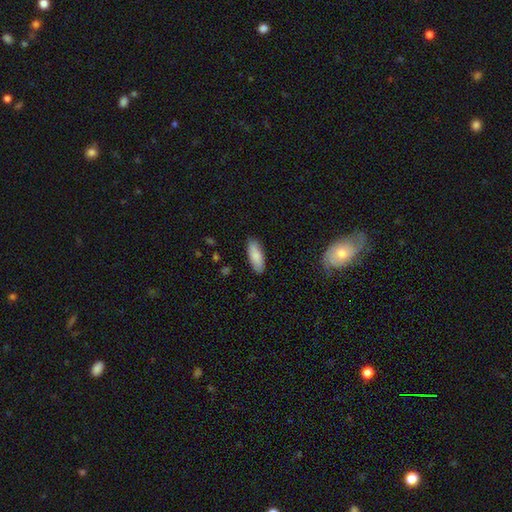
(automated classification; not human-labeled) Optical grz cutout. It shows a smooth galaxy with no disk features (86%) that is in between round and cigar-shaped (74%). Merging: none (87%).